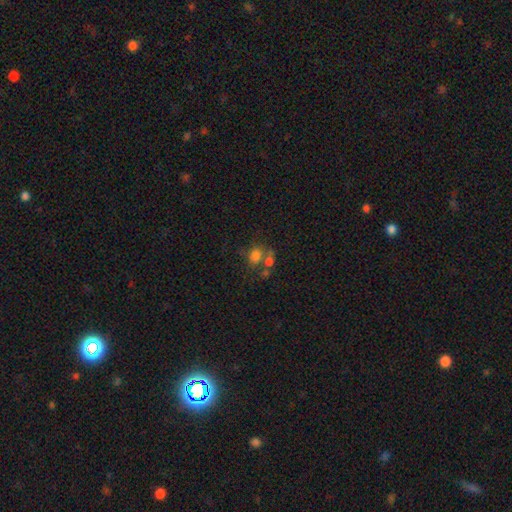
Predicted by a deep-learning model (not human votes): Smooth or featured?
  - smooth: 70% *
  - featured or disk: 15%
  - star or artifact: 15%
How rounded?
  - in between: 57% *
  - round: 42%
  - cigar-shaped: 1%
Merging?
  - merger: 41% *
  - none: 35%
  - minor disturbance: 13%
  - major disturbance: 11%